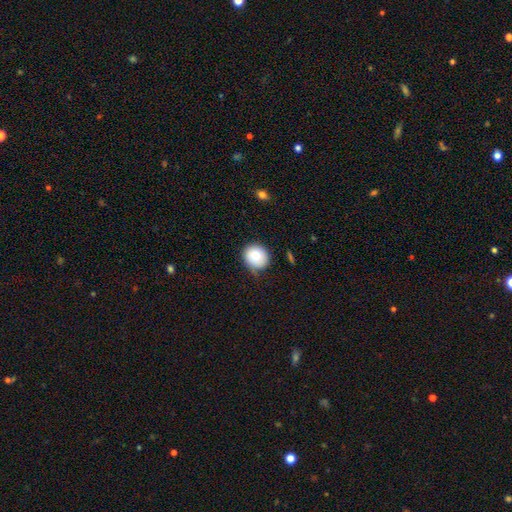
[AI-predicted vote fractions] A smooth galaxy with no disk features (79%) that is round (89%). Merging: none (81%).